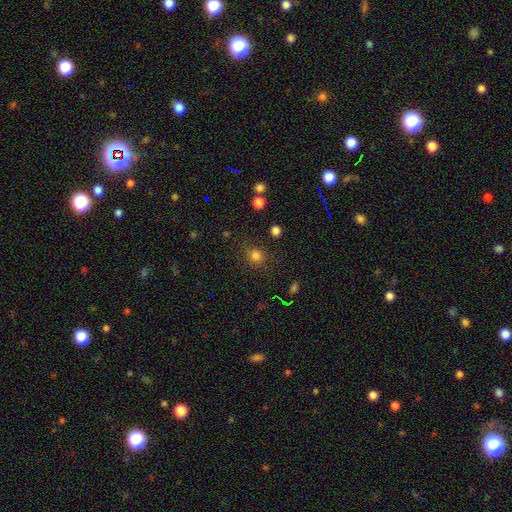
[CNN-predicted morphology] This appears to be a smooth galaxy with no disk features (79%) that is round (82%). Merging: none (83%).